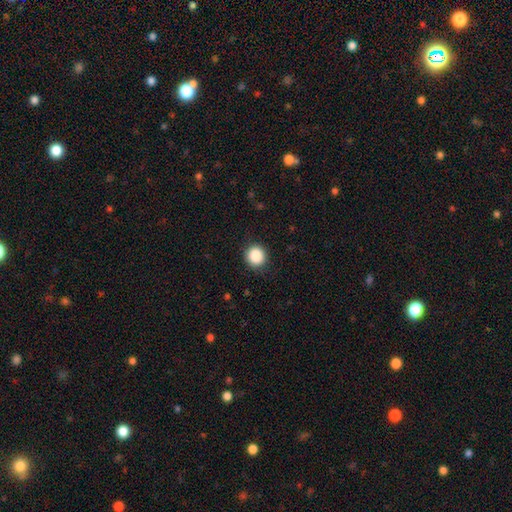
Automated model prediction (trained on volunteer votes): Smooth or featured?
  - smooth: 88% *
  - star or artifact: 9%
  - featured or disk: 3%
How rounded?
  - round: 91% *
  - in between: 8%
  - cigar-shaped: 1%
Merging?
  - none: 89% *
  - minor disturbance: 8%
  - major disturbance: 2%
  - merger: 1%